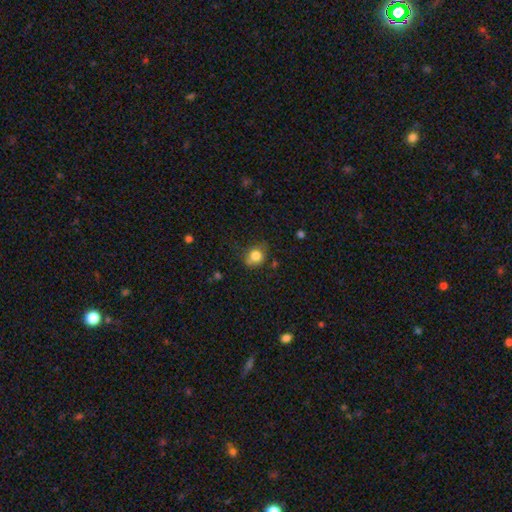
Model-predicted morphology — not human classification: Smooth or featured? Predicted: smooth (p=0.80). How rounded? Predicted: round (p=0.71). Merging? Predicted: none (p=0.65).